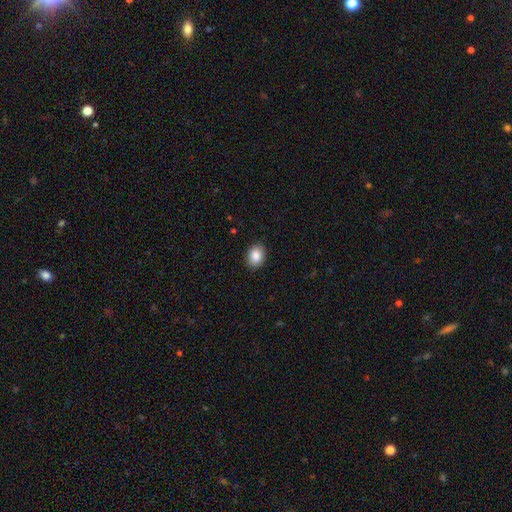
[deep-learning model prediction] This appears to be a smooth galaxy with no disk features (88%) that is in between round and cigar-shaped (70%). Merging: none (90%).